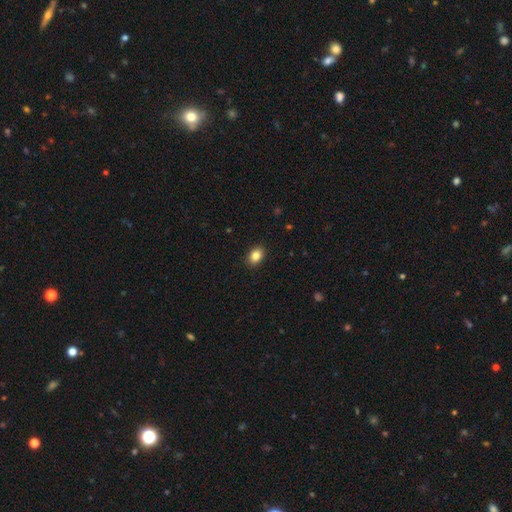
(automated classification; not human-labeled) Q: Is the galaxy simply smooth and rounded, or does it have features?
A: smooth — 85%.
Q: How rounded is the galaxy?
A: in between — 74%.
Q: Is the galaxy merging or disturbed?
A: none — 90%.